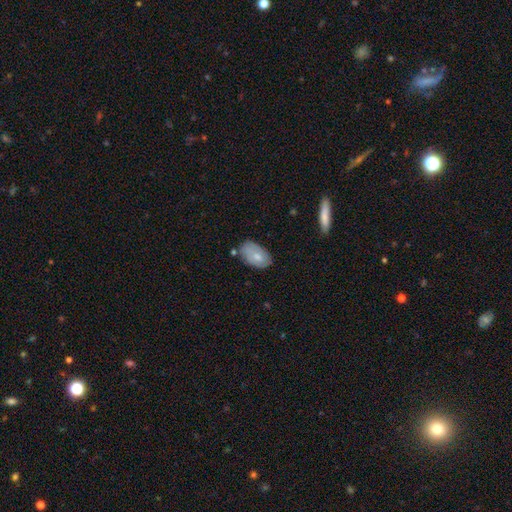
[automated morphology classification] A smooth galaxy with no disk features (70%) that is in between round and cigar-shaped (93%).

Vote fractions:
- Smooth or featured? smooth: 70% / featured or disk: 24% / star or artifact: 6%
- How rounded? in between: 93% / round: 5% / cigar-shaped: 2%
- Merging? none: 63% / minor disturbance: 26% / merger: 5% / major disturbance: 5%